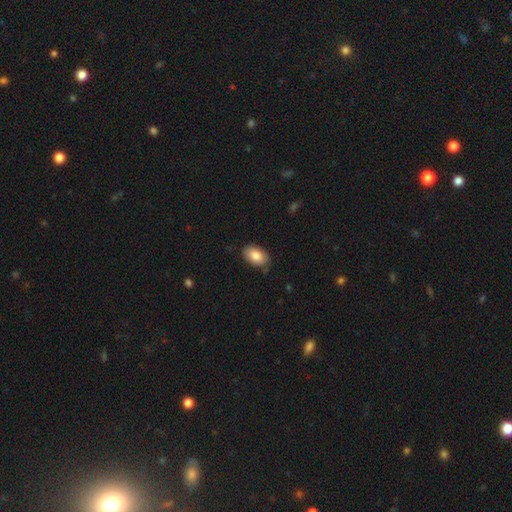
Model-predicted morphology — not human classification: smooth-or-featured: smooth: 84% | featured or disk: 9% | star or artifact: 7%
  how-rounded: in between: 92% | round: 7% | cigar-shaped: 1%
  merging: none: 84% | minor disturbance: 13% | major disturbance: 2% | merger: 1%